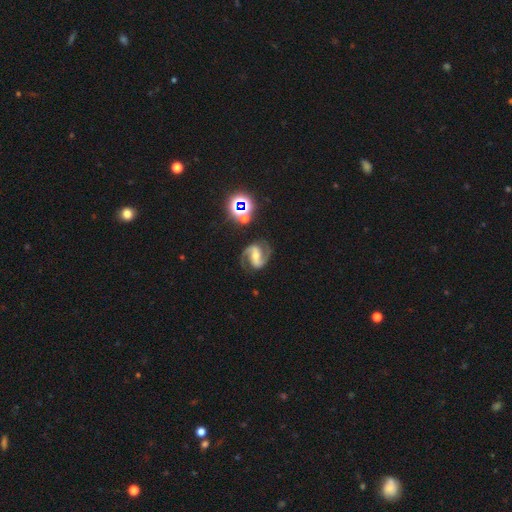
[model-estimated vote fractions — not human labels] featured or disk 87%, star or artifact 8%, smooth 5%. Down the decision tree: edge-on disk — no (98%); bar — strong (49%); spiral arms — yes (98%); spiral arm count — 2 (93%); spiral winding — medium (59%); bulge size — small (45%); merging — none (80%).